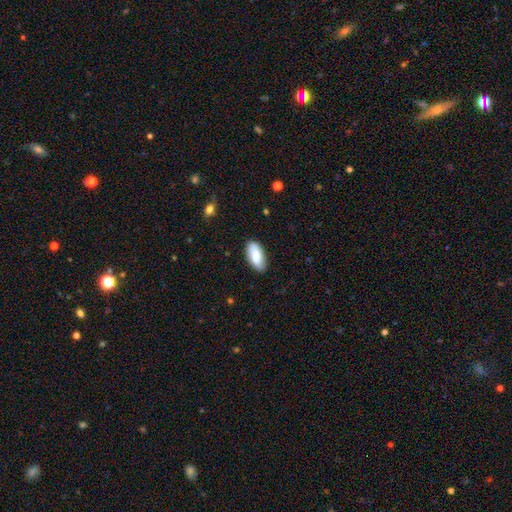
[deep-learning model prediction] Morphology: type=smooth (77%); roundness=in between (91%); merging=none (87%).